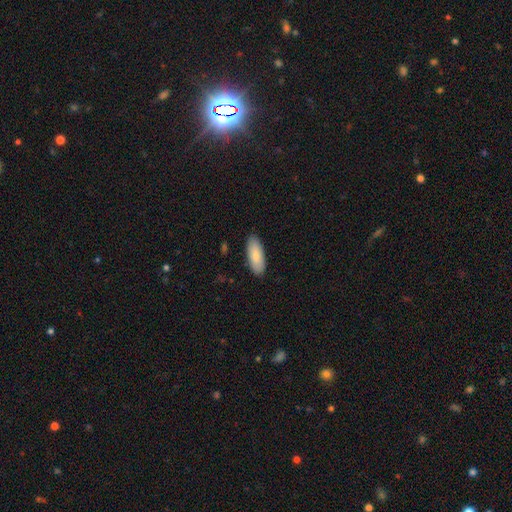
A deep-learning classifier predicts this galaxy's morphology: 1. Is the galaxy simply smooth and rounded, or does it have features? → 81% smooth, 14% featured or disk, 5% star or artifact.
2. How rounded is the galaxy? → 79% in between, 19% cigar-shaped, 2% round.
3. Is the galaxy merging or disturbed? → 88% none, 9% minor disturbance, 2% major disturbance, 1% merger.